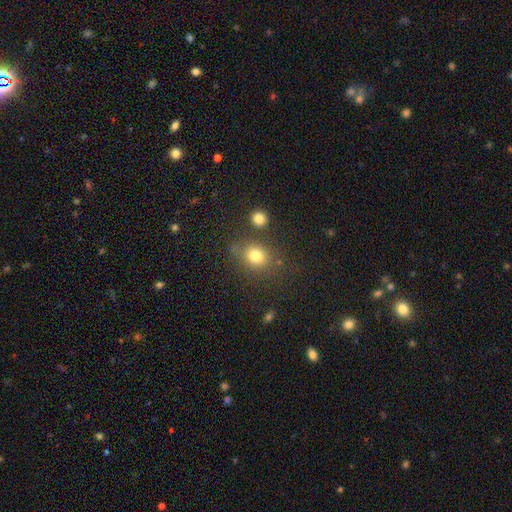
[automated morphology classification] Smooth or featured: smooth — 78% (star or artifact — 14%)
How rounded: round — 61% (in between — 38%)
Merging: none — 71% (minor disturbance — 14%)